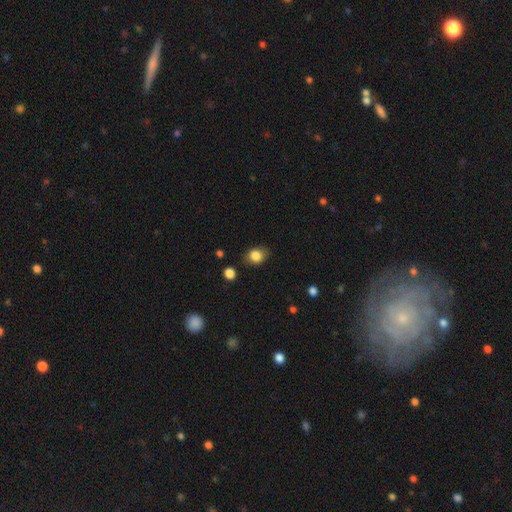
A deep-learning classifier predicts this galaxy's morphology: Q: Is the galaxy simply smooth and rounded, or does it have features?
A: smooth — 83%.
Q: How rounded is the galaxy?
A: in between — 51%.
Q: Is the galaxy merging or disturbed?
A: none — 77%.